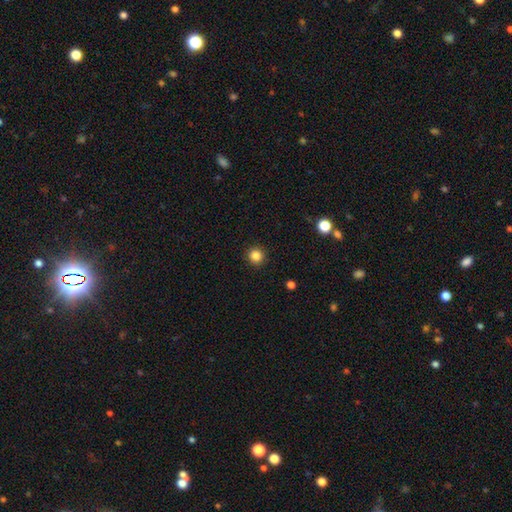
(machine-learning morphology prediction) Smooth or featured: smooth — 85% (star or artifact — 11%)
How rounded: round — 95% (in between — 5%)
Merging: none — 92% (minor disturbance — 5%)